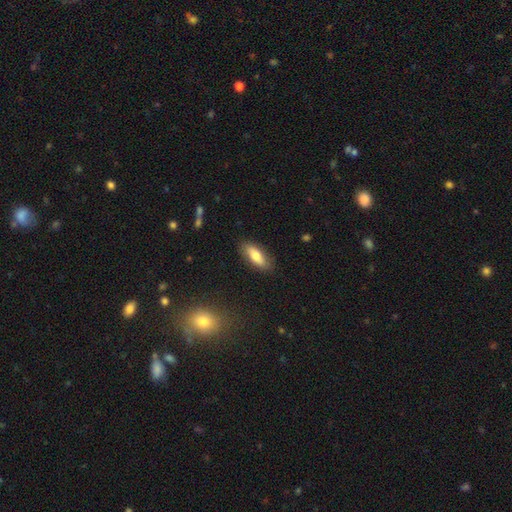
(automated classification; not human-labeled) smooth_or_featured: smooth (p=0.73) [alt: featured or disk p=0.20]
how_rounded: in between (p=0.72) [alt: cigar-shaped p=0.26]
merging: none (p=0.85) [alt: minor disturbance p=0.11]